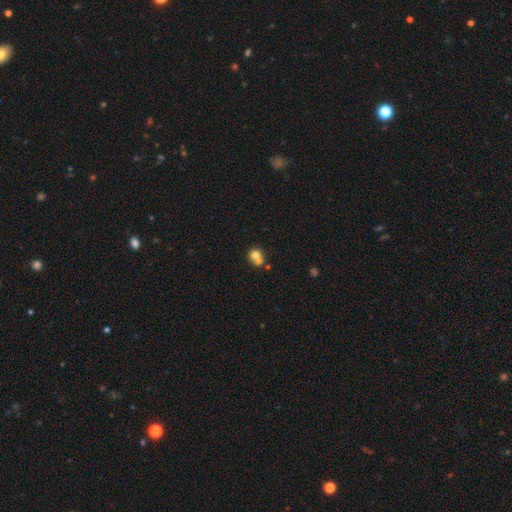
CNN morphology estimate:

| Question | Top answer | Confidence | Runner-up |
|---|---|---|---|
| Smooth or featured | smooth | 73% | featured or disk (16%) |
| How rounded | round | 80% | in between (19%) |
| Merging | merger | 53% | none (37%) |